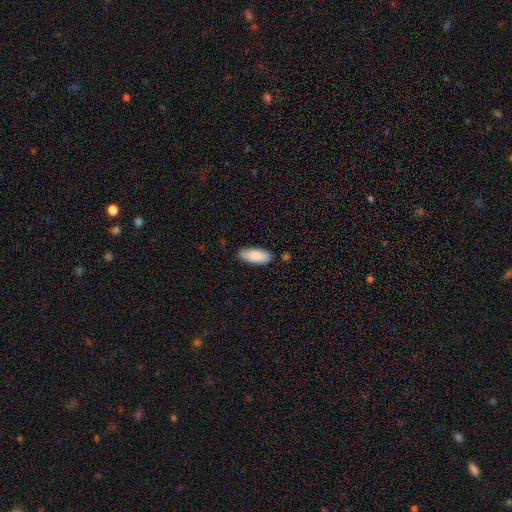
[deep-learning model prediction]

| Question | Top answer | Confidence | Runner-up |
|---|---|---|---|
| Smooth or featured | smooth | 87% | featured or disk (7%) |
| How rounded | in between | 82% | cigar-shaped (16%) |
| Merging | none | 83% | minor disturbance (13%) |